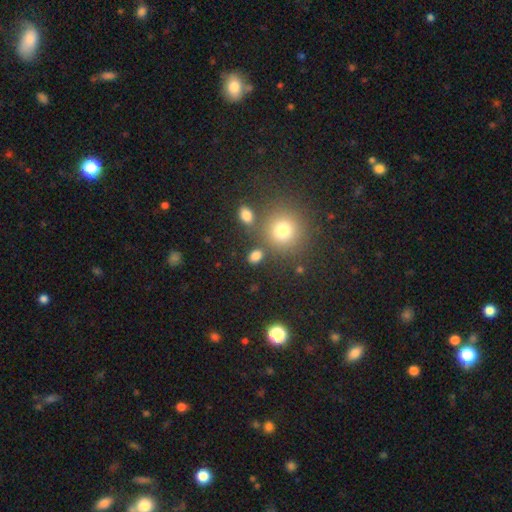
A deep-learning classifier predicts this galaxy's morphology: smooth 78%, star or artifact 16%, featured or disk 6%. Down the decision tree: how rounded — in between (52%); merging — none (76%).